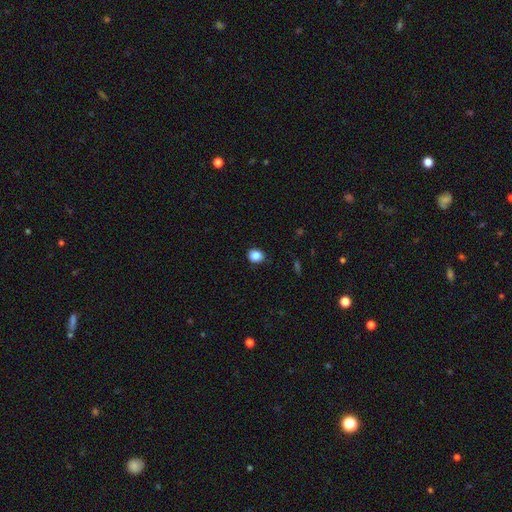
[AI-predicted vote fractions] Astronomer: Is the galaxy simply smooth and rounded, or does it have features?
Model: smooth — 86%.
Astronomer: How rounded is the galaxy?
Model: round — 66%.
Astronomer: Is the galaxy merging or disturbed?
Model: none — 85%.